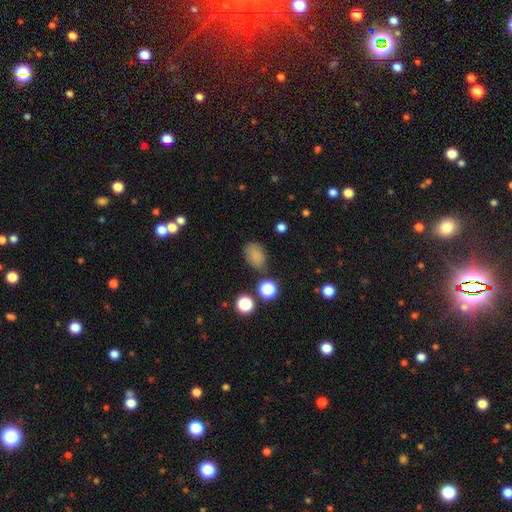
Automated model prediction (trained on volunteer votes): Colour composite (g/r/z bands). It shows a smooth galaxy with no disk features (81%) that is in between round and cigar-shaped (76%). Merging: none (73%).